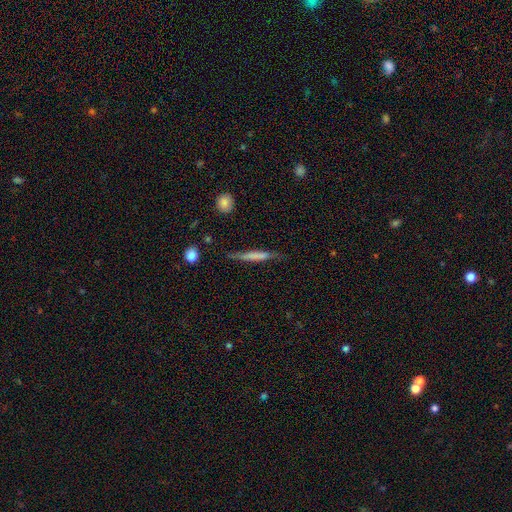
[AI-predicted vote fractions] Q: Smooth or featured?
A: smooth (55%); runner-up: featured or disk (38%)
Q: How rounded?
A: cigar-shaped (92%); runner-up: in between (6%)
Q: Merging?
A: none (74%); runner-up: minor disturbance (19%)